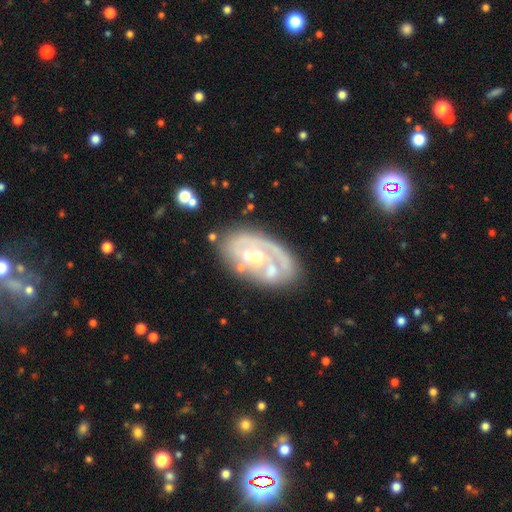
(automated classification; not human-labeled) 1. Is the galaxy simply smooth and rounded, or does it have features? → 79% featured or disk, 15% smooth, 6% star or artifact.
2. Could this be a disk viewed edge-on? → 96% no, 4% yes.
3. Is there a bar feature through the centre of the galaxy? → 58% no, 32% weak, 10% strong.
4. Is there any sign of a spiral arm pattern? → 76% yes, 24% no.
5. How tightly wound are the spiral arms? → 56% tight, 30% medium, 14% loose.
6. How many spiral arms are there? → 45% 1, 24% 2, 23% can't tell, 4% 3, 2% 4, 2% more than 4.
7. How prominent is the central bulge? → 48% moderate, 32% small, 10% none, 8% large, 2% dominant.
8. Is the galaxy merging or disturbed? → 60% none, 19% minor disturbance, 13% major disturbance, 7% merger.